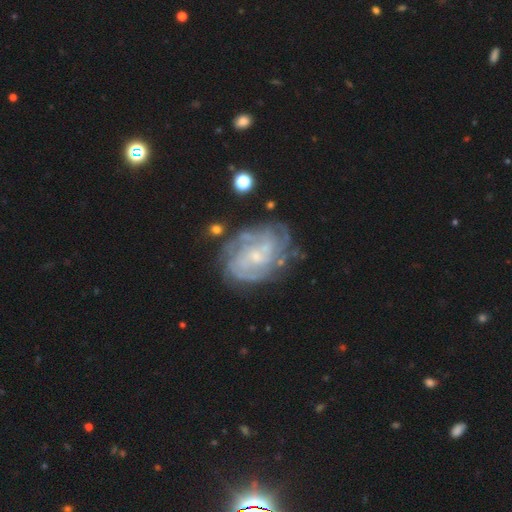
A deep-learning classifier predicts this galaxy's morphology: A featured or disk galaxy (84%) with no bar (62%), tight (64%) spiral arms (91%) and a small central bulge (68%). Merging: none (68%).